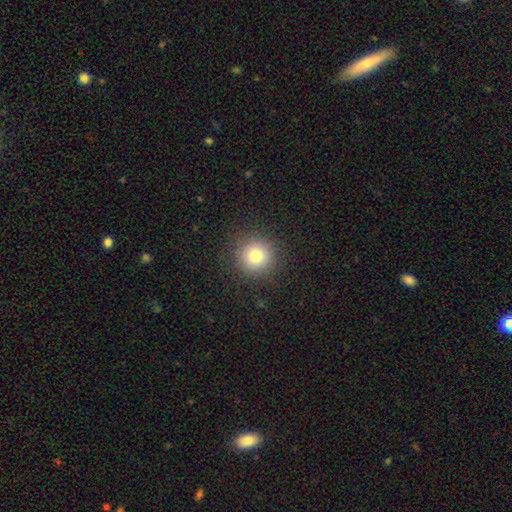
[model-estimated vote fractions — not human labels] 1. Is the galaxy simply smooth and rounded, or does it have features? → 77% smooth, 14% star or artifact, 10% featured or disk.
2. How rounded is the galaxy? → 95% round, 4% in between, 1% cigar-shaped.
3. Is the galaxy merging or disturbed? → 90% none, 6% minor disturbance, 3% major disturbance, 1% merger.